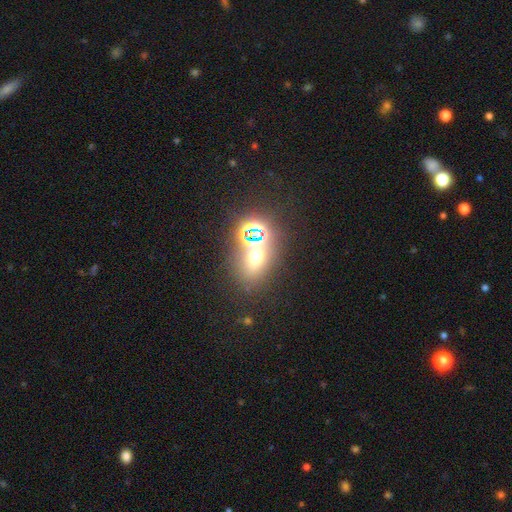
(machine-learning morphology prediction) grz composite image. It shows a smooth galaxy with no disk features (46%). Merging: none (62%).